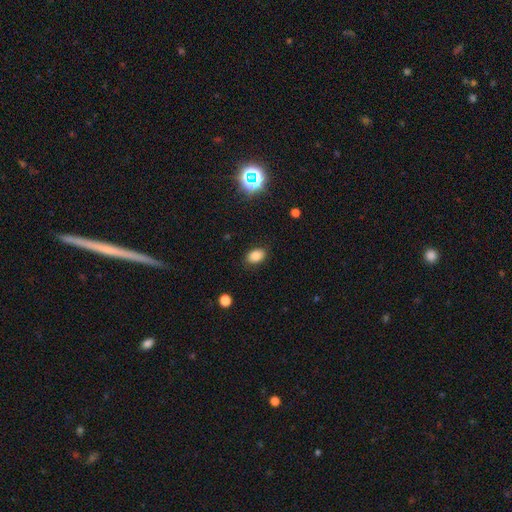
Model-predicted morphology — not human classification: smooth-or-featured: smooth: 82% | star or artifact: 12% | featured or disk: 6%
  how-rounded: in between: 82% | round: 17% | cigar-shaped: 1%
  merging: none: 86% | minor disturbance: 10% | major disturbance: 3% | merger: 1%